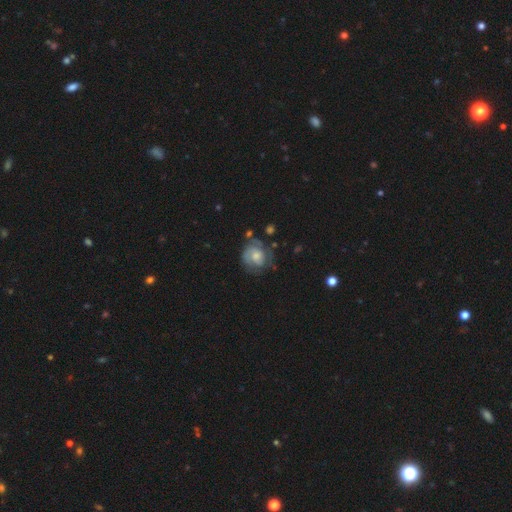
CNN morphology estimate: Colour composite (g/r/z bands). It shows a featured or disk galaxy (65%) with no bar (73%), 2 (44%) tight (58%) spiral arms (82%) and a moderate central bulge (53%). Merging: none (60%).